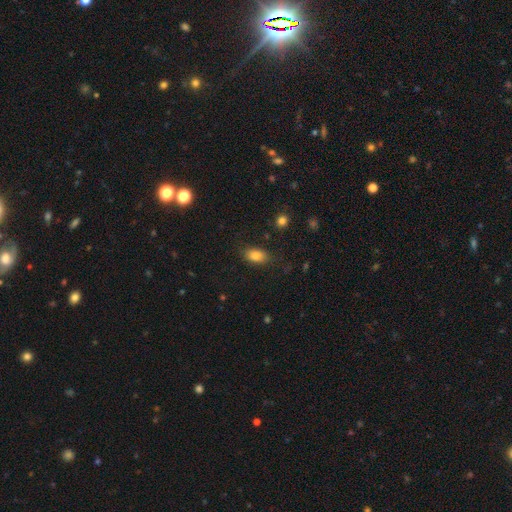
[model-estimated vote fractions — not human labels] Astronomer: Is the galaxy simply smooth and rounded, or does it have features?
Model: smooth — 81%.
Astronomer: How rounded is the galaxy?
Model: in between — 86%.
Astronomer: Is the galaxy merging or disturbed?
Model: none — 80%.